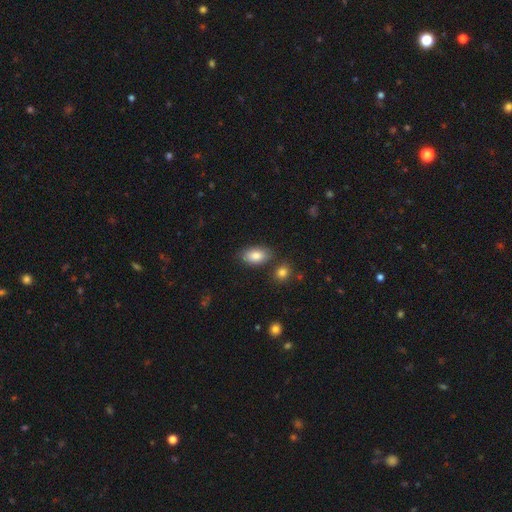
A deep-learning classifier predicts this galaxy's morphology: This is clearly a smooth galaxy (85%). How rounded: clearly in between (93%). Merging: likely none (79%).